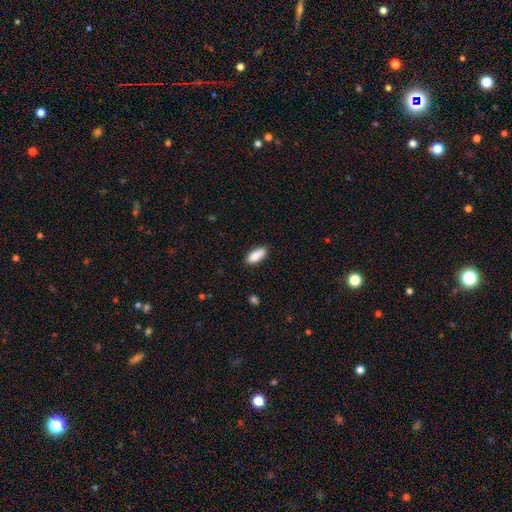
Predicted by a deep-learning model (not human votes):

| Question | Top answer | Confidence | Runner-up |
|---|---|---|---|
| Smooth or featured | smooth | 88% | star or artifact (7%) |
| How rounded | in between | 79% | cigar-shaped (19%) |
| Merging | none | 82% | minor disturbance (13%) |